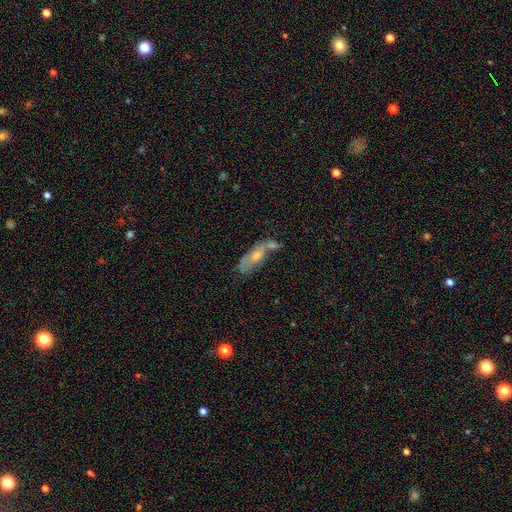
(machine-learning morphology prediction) type=smooth (49%); merging=merger (32%).